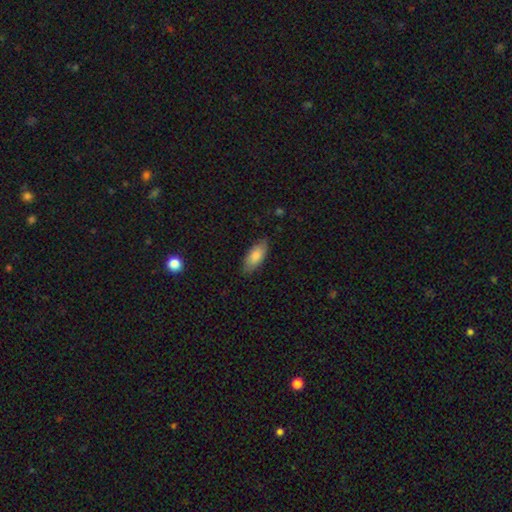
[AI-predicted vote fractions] Smooth or featured? smooth (82%)
How rounded? in between (85%)
Merging? none (81%)